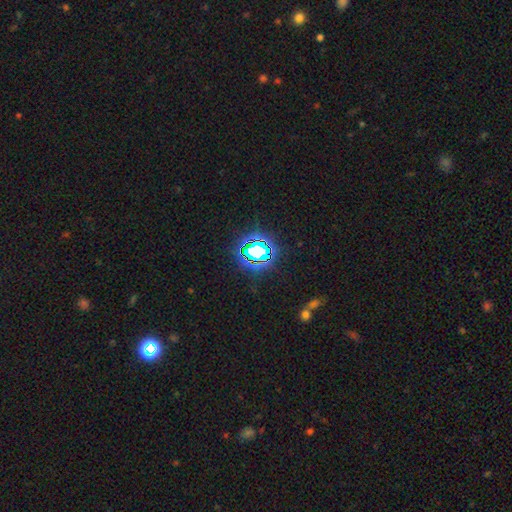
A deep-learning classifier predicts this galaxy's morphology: Smooth or featured? Predicted: star or artifact (p=0.78).